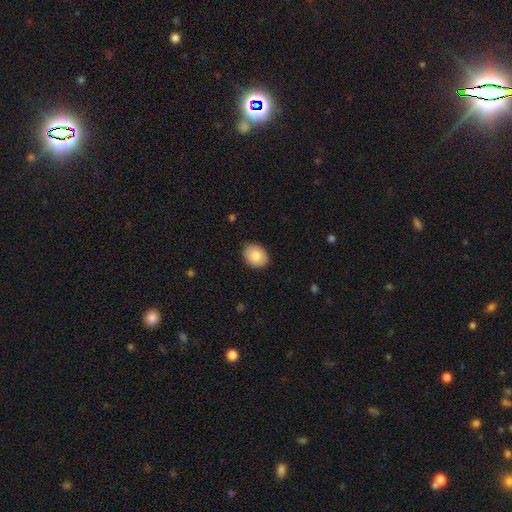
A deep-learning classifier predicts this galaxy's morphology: smooth_or_featured: smooth (p=0.85) [alt: featured or disk p=0.08]
how_rounded: in between (p=0.59) [alt: round p=0.40]
merging: none (p=0.87) [alt: minor disturbance p=0.10]